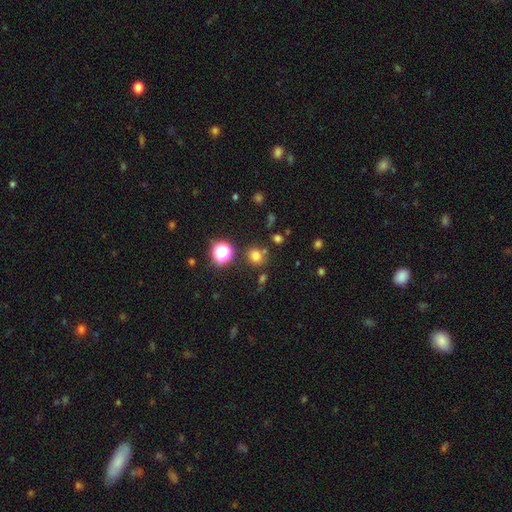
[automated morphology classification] This appears to be a smooth galaxy with no disk features (73%) that is round (82%). Merging: none (77%).